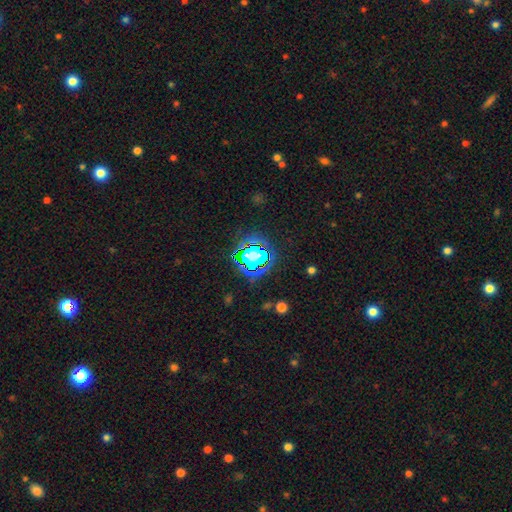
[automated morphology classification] The model was most divided on "smooth or featured": star or artifact: 72%, smooth: 18%, featured or disk: 10%.